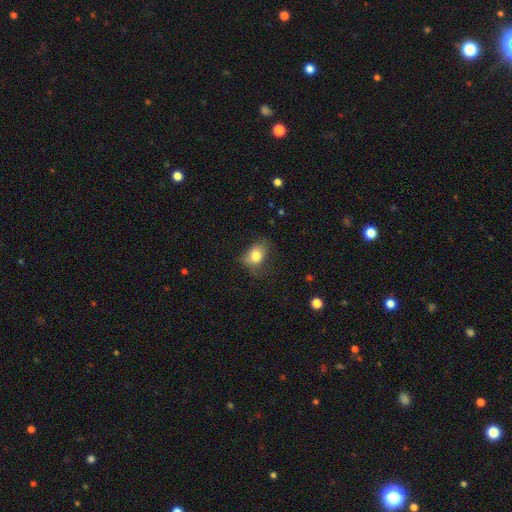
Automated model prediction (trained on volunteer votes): smooth-or-featured: smooth: 79% | featured or disk: 12% | star or artifact: 9%
  how-rounded: in between: 67% | round: 31% | cigar-shaped: 1%
  merging: none: 54% | minor disturbance: 30% | major disturbance: 14% | merger: 2%